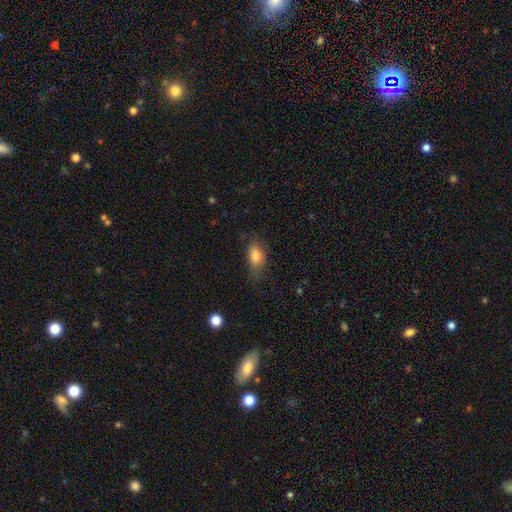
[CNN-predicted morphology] Smooth or featured? smooth (81%)
How rounded? in between (86%)
Merging? none (65%)